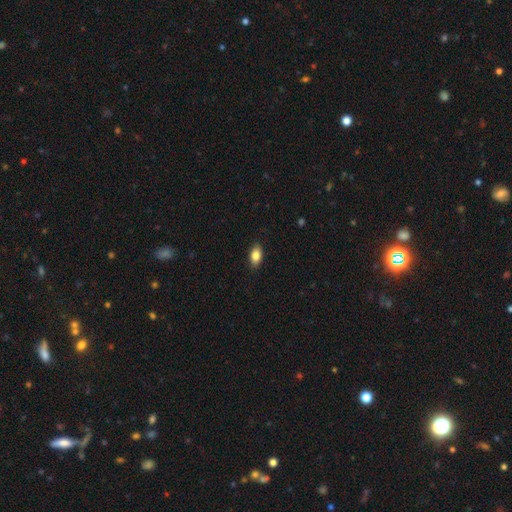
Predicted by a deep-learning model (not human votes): Overall: smooth (84%). How rounded: in between (90%). Merging: none (88%).